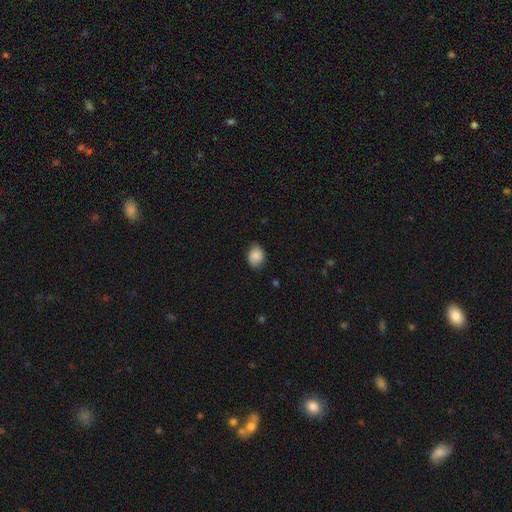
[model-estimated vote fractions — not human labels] smooth-or-featured: smooth: 83% | featured or disk: 9% | star or artifact: 8%
  how-rounded: in between: 57% | round: 42% | cigar-shaped: 1%
  merging: none: 75% | minor disturbance: 20% | major disturbance: 4% | merger: 1%